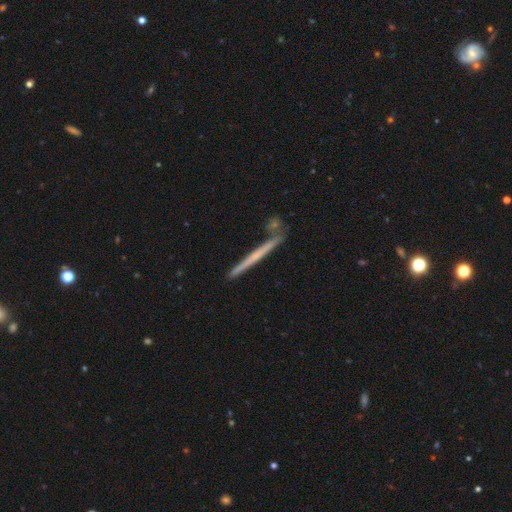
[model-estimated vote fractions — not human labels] This is possibly a featured or disk galaxy (58%). It is clearly viewed edge-on (97%). Edge-on bulge: likely none (74%). Merging: clearly none (83%).